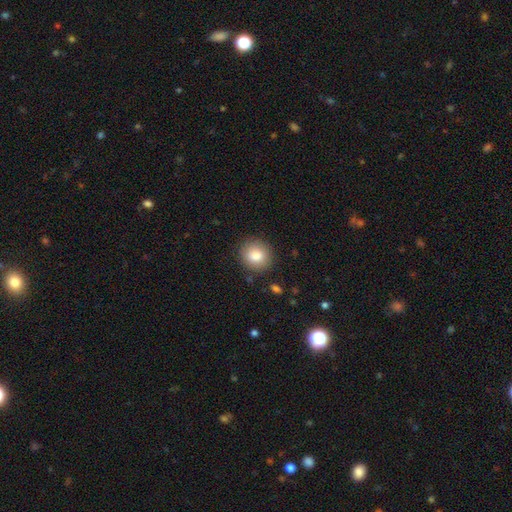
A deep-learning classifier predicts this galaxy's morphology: type=smooth (84%); roundness=round (86%); merging=none (88%).